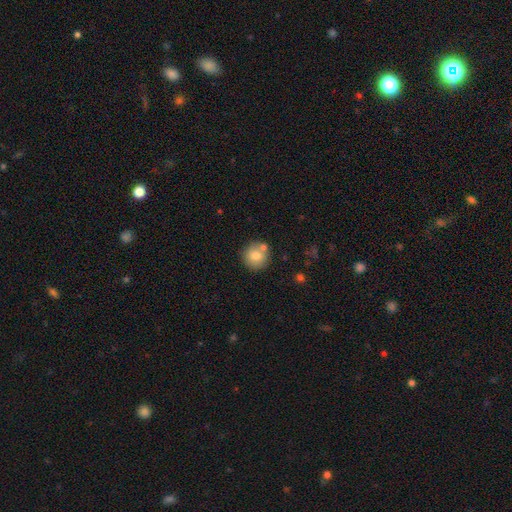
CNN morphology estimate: Smooth or featured: smooth — 77% (featured or disk — 14%)
How rounded: round — 93% (in between — 6%)
Merging: none — 72% (merger — 16%)